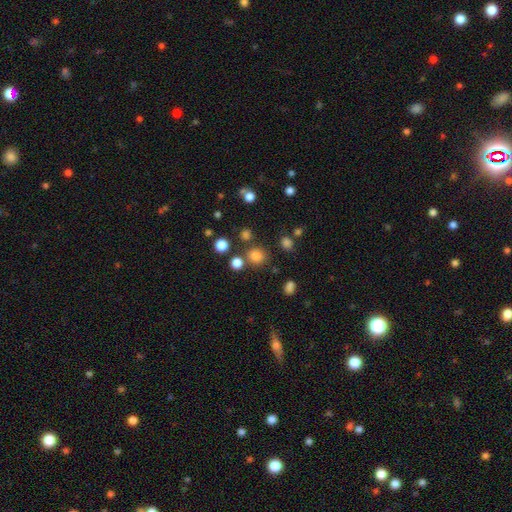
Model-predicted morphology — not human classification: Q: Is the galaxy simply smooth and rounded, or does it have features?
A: smooth — 79%.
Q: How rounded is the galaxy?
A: round — 88%.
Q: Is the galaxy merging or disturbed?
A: none — 79%.